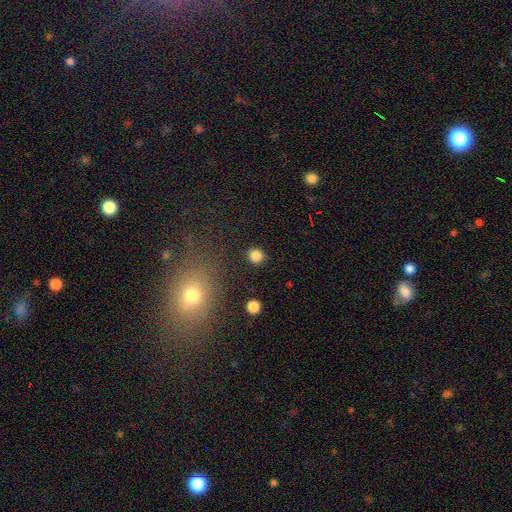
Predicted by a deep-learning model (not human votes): Smooth or featured? Predicted: smooth (p=0.85). How rounded? Predicted: round (p=0.92). Merging? Predicted: none (p=0.91).